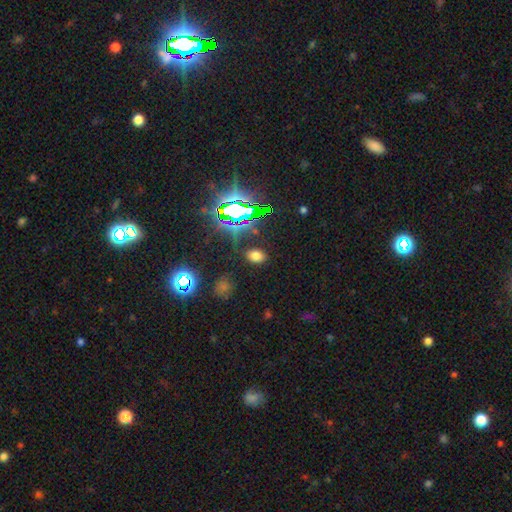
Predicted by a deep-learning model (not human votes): smooth-or-featured: smooth: 64% | star or artifact: 28% | featured or disk: 7%
  how-rounded: in between: 80% | round: 18% | cigar-shaped: 2%
  merging: none: 85% | minor disturbance: 10% | major disturbance: 3% | merger: 2%